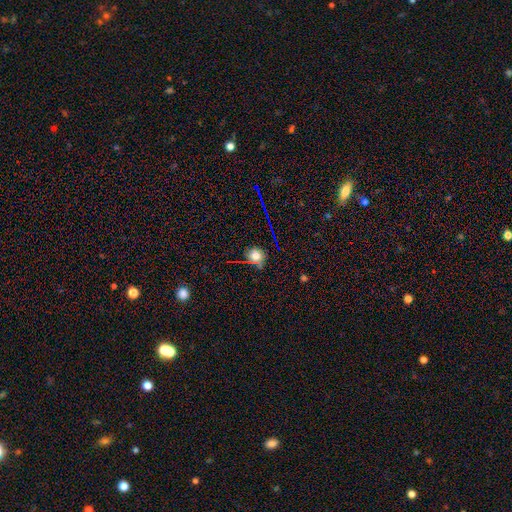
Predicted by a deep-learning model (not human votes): The model was most divided on "smooth or featured": smooth: 67%, star or artifact: 21%, featured or disk: 13%. More confident: how rounded — round (81%); merging — none (76%).